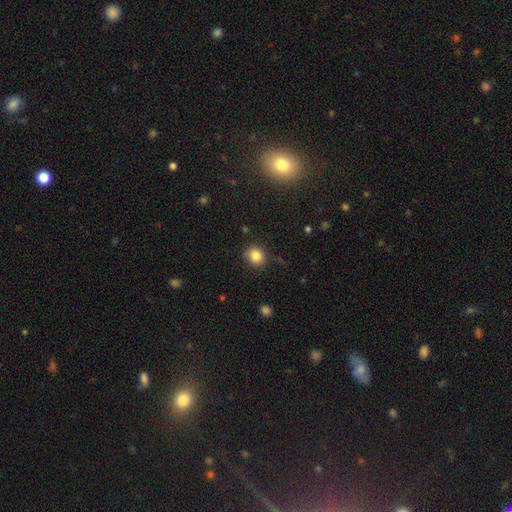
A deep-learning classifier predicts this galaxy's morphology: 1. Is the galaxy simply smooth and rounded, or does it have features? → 84% smooth, 11% star or artifact, 5% featured or disk.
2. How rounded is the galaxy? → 79% round, 20% in between, 1% cigar-shaped.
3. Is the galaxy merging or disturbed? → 83% none, 12% minor disturbance, 3% major disturbance, 2% merger.